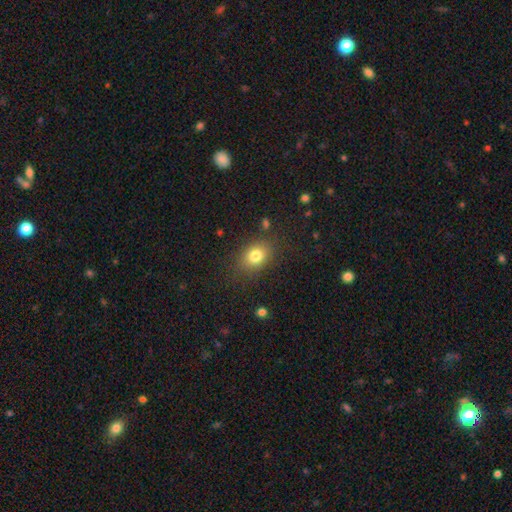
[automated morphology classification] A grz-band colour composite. It shows a smooth galaxy with no disk features (80%) that is in between round and cigar-shaped (64%). Merging: none (80%).